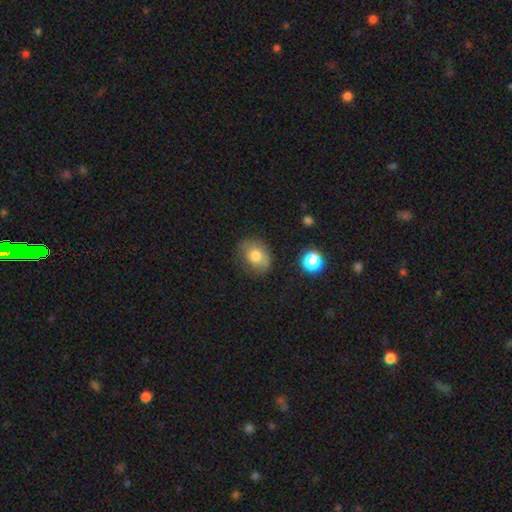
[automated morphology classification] A smooth galaxy with no disk features (74%) that is in between round and cigar-shaped (65%).

Vote fractions:
- Smooth or featured? smooth: 74% / featured or disk: 15% / star or artifact: 10%
- How rounded? in between: 65% / round: 34% / cigar-shaped: 1%
- Merging? none: 68% / minor disturbance: 23% / major disturbance: 7% / merger: 2%